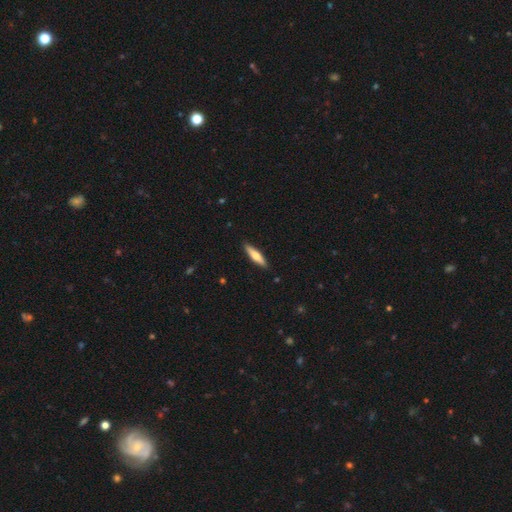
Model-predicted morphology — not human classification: A smooth galaxy with no disk features (57%) that is cigar-shaped (75%). Merging: none (89%).